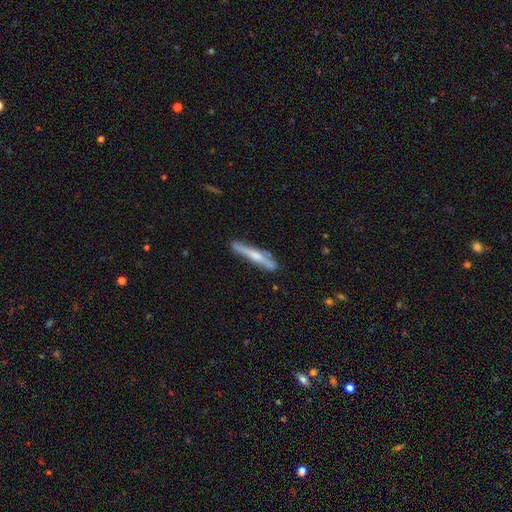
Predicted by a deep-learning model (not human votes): Morphology: type=featured or disk (53%); edge-on=yes (93%); merging=none (80%).